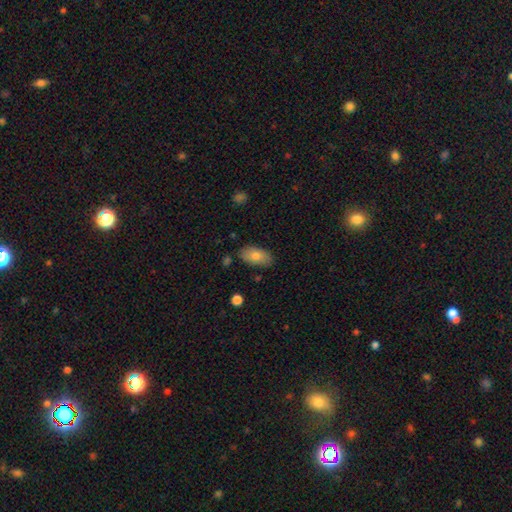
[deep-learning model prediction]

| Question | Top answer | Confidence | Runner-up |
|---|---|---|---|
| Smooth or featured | smooth | 78% | featured or disk (15%) |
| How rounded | in between | 92% | cigar-shaped (4%) |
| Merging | none | 82% | minor disturbance (13%) |